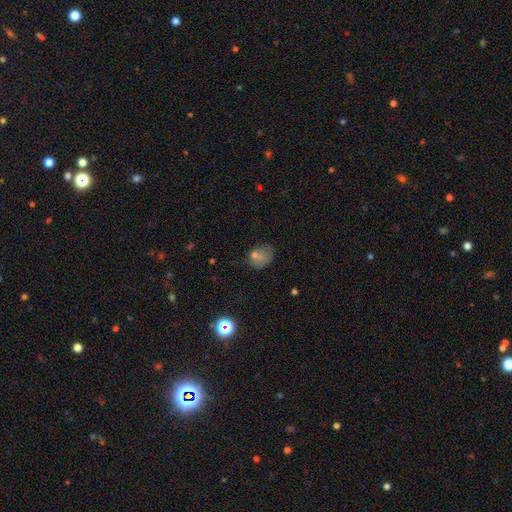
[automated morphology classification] The model was most divided on "how rounded": in between: 56%, round: 42%, cigar-shaped: 1%. Remaining: smooth or featured — smooth (66%); merging — none (49%).